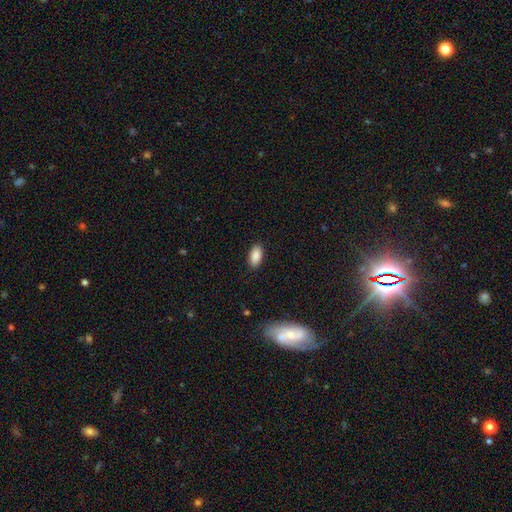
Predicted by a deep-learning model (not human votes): Smooth or featured? smooth (89%)
How rounded? in between (94%)
Merging? none (88%)